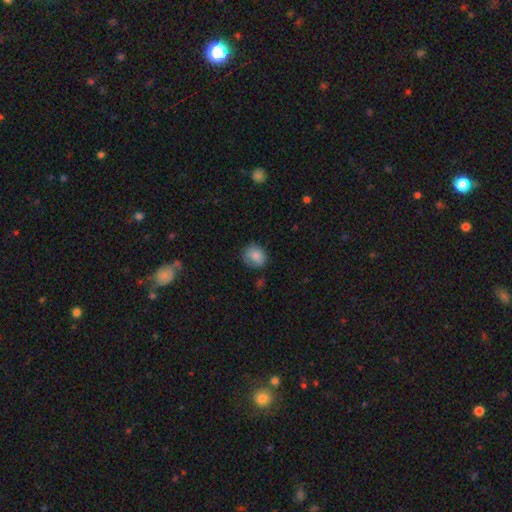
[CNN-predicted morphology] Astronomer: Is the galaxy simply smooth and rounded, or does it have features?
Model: smooth — 82%.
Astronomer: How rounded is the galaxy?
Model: round — 66%.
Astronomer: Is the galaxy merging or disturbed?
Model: none — 68%.